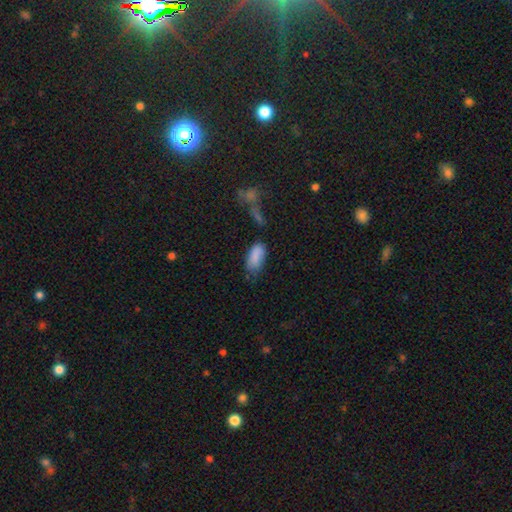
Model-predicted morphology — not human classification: Smooth or featured? smooth (85%)
How rounded? in between (91%)
Merging? none (56%)